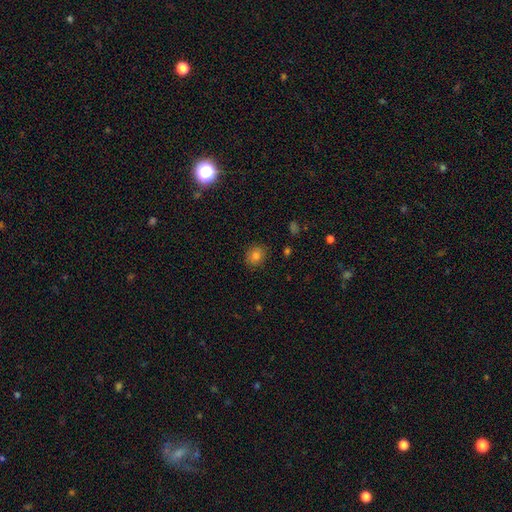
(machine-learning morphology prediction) This appears to be a smooth galaxy with no disk features (80%) that is round (71%). Merging: none (87%).